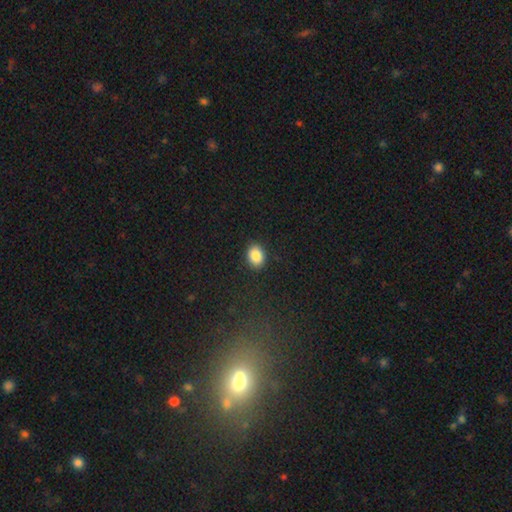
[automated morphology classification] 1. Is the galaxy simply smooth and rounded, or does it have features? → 87% smooth, 8% star or artifact, 5% featured or disk.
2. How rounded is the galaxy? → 61% in between, 38% round, 1% cigar-shaped.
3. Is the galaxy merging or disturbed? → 90% none, 7% minor disturbance, 2% major disturbance, 1% merger.